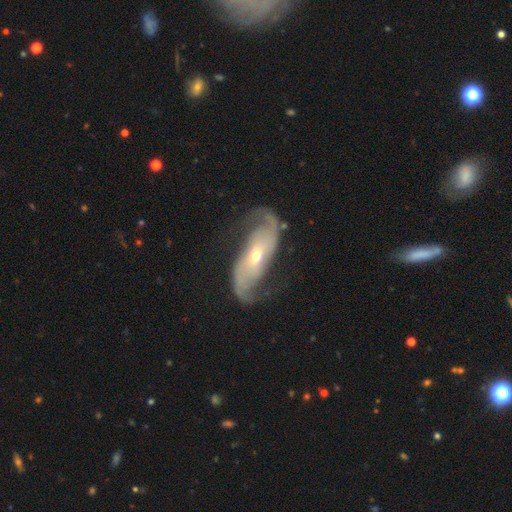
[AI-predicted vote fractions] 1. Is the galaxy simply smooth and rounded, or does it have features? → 89% featured or disk, 6% smooth, 5% star or artifact.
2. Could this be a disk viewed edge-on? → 95% no, 5% yes.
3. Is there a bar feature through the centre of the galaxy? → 47% no, 27% weak, 26% strong.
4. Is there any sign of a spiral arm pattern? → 97% yes, 3% no.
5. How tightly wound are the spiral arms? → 51% loose, 37% medium, 12% tight.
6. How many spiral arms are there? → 94% 2, 2% can't tell, 1% 1, 1% 3, 1% 4, 1% more than 4.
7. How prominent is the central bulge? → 52% small, 44% moderate, 2% large, 1% dominant, 1% none.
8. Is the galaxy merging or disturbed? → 76% none, 14% minor disturbance, 9% major disturbance, 2% merger.